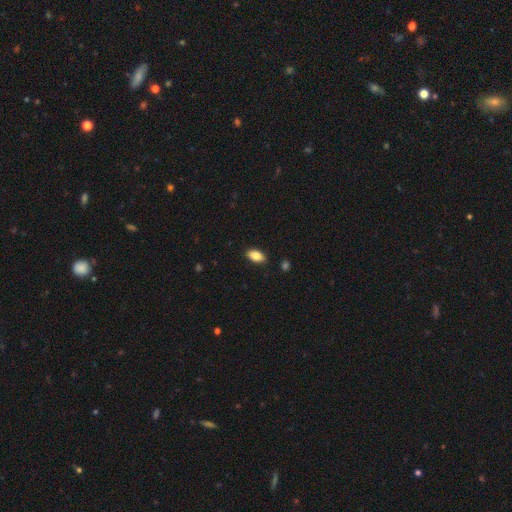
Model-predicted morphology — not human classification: Smooth or featured? Predicted: smooth (p=0.83). How rounded? Predicted: in between (p=0.92). Merging? Predicted: none (p=0.89).